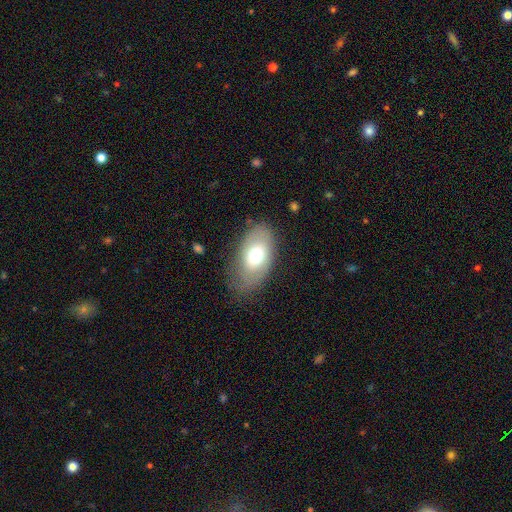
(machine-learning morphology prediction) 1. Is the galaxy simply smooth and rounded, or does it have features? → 65% smooth, 27% featured or disk, 8% star or artifact.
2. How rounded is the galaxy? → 91% in between, 7% round, 2% cigar-shaped.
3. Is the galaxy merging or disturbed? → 67% none, 22% minor disturbance, 9% major disturbance, 1% merger.